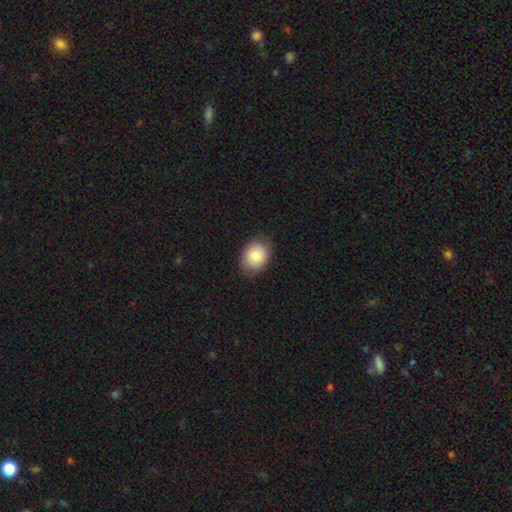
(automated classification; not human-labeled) The model was most divided on "how rounded": in between: 52%, round: 47%, cigar-shaped: 1%. More confident: merging — none (83%); smooth or featured — smooth (82%).